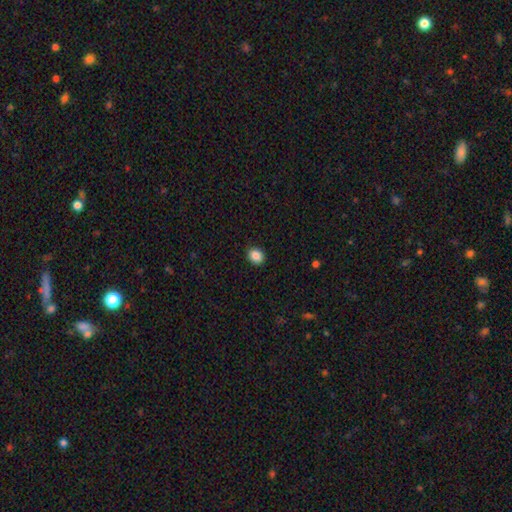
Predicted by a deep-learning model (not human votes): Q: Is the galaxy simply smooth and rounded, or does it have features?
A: smooth — 87%.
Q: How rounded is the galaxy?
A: round — 60%.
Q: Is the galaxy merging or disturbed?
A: none — 90%.